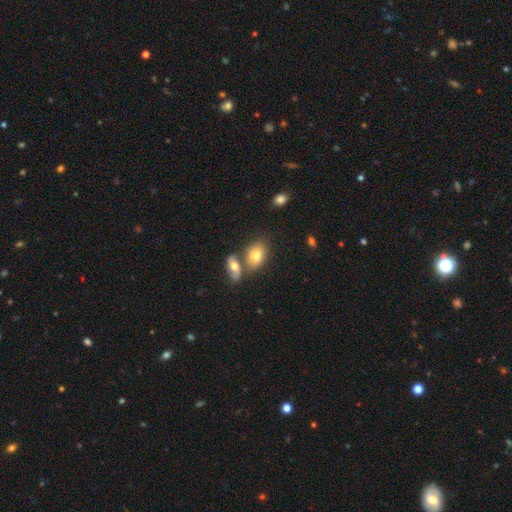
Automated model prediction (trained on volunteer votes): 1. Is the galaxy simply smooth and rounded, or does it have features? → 75% smooth, 17% featured or disk, 8% star or artifact.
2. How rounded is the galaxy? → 85% in between, 13% round, 2% cigar-shaped.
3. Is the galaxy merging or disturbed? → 54% none, 31% merger, 12% minor disturbance, 4% major disturbance.